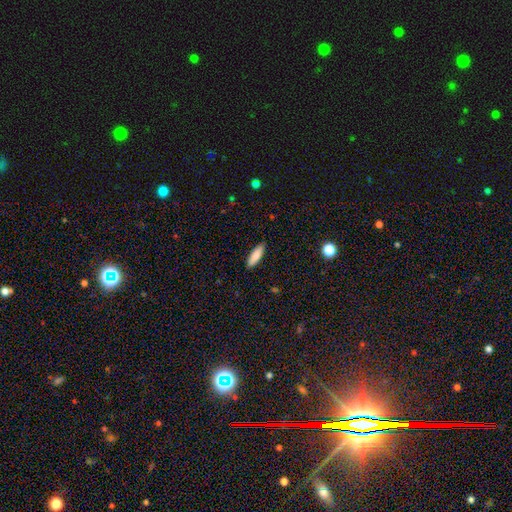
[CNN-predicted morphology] Smooth or featured? smooth (86%)
How rounded? cigar-shaped (52%)
Merging? none (89%)